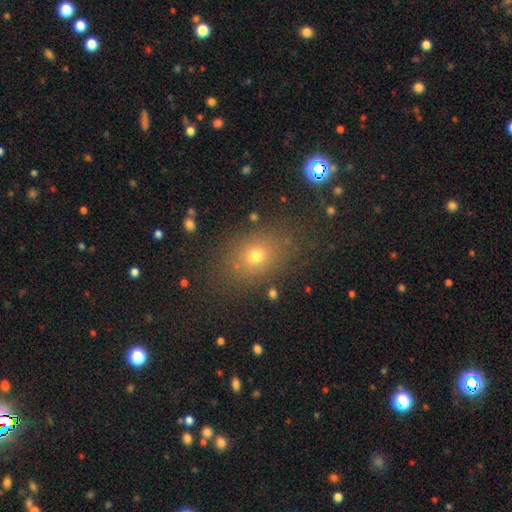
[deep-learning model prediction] Q: Smooth or featured?
A: smooth (69%); runner-up: star or artifact (19%)
Q: How rounded?
A: in between (60%); runner-up: round (38%)
Q: Merging?
A: none (81%); runner-up: minor disturbance (12%)